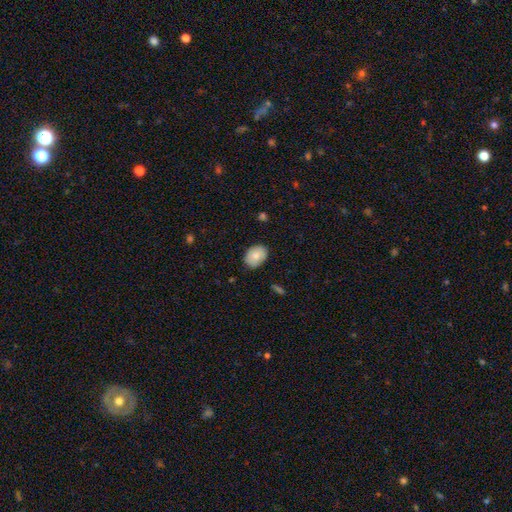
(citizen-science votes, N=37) A smooth galaxy with no disk features (81%) that is in between round and cigar-shaped (63%). Merging: none (89%).